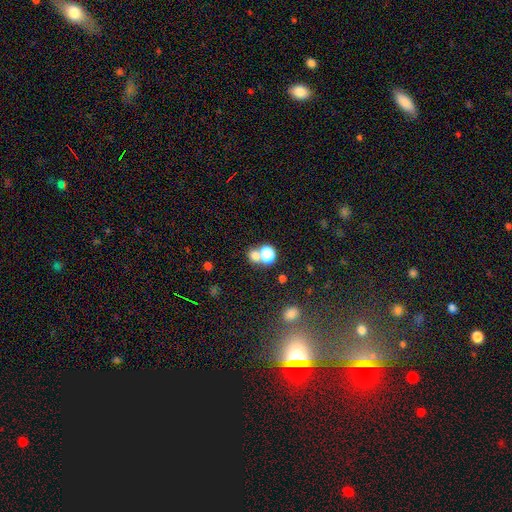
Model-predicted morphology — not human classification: Q: Smooth or featured?
A: smooth (67%); runner-up: star or artifact (25%)
Q: How rounded?
A: round (75%); runner-up: in between (24%)
Q: Merging?
A: none (50%); runner-up: merger (39%)